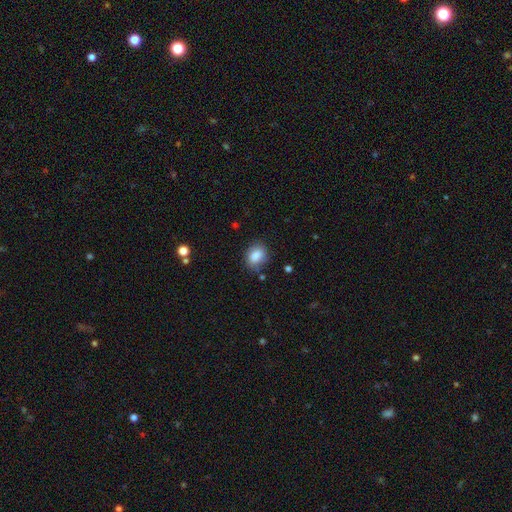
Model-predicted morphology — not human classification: This is clearly a smooth galaxy (84%). How rounded: possibly in between (56%). Merging: likely none (78%).